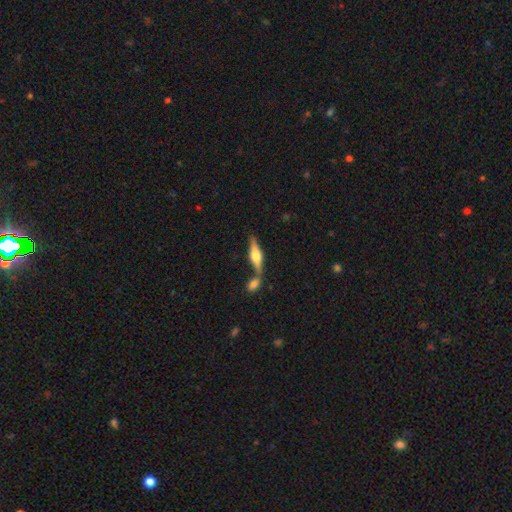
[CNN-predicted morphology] Q: Smooth or featured?
A: featured or disk (64%); runner-up: smooth (30%)
Q: Edge-on disk?
A: yes (94%); runner-up: no (6%)
Q: Edge-on bulge?
A: rounded (89%); runner-up: boxy (9%)
Q: Merging?
A: none (57%); runner-up: merger (29%)